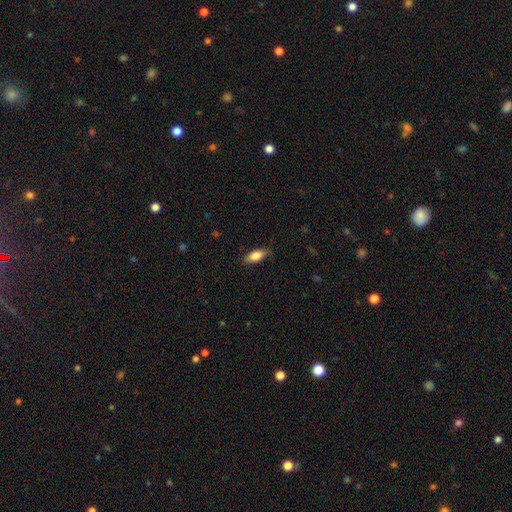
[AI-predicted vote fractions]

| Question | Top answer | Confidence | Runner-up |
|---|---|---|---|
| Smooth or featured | smooth | 78% | featured or disk (15%) |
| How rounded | in between | 80% | cigar-shaped (18%) |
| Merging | none | 81% | minor disturbance (15%) |